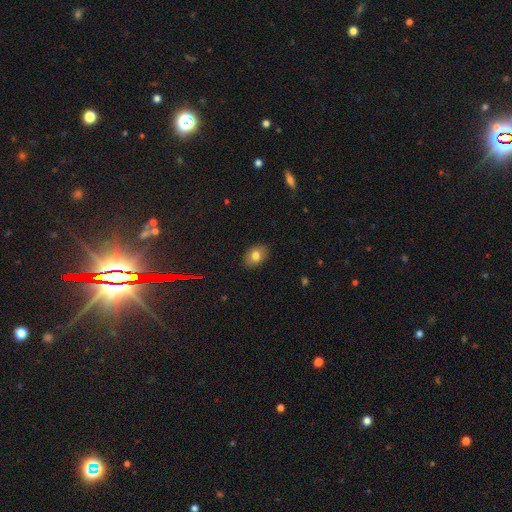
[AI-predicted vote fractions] Smooth or featured?
  - smooth: 78% *
  - featured or disk: 12%
  - star or artifact: 10%
How rounded?
  - in between: 79% *
  - round: 20%
  - cigar-shaped: 1%
Merging?
  - none: 87% *
  - minor disturbance: 10%
  - major disturbance: 2%
  - merger: 1%